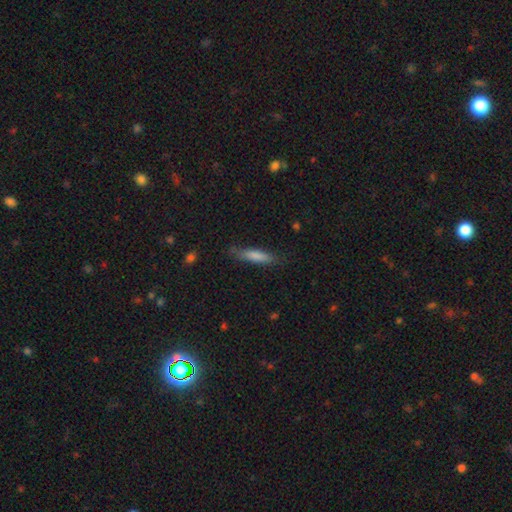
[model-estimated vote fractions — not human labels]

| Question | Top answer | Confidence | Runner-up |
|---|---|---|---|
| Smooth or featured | smooth | 75% | featured or disk (18%) |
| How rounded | cigar-shaped | 80% | in between (18%) |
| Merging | none | 78% | minor disturbance (17%) |